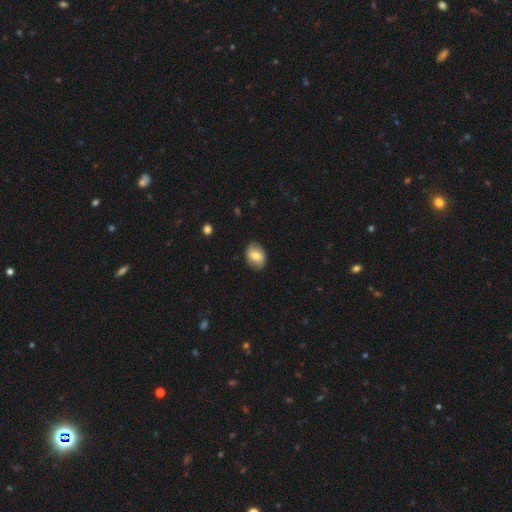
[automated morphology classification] type=smooth (72%); roundness=in between (72%); merging=none (85%).